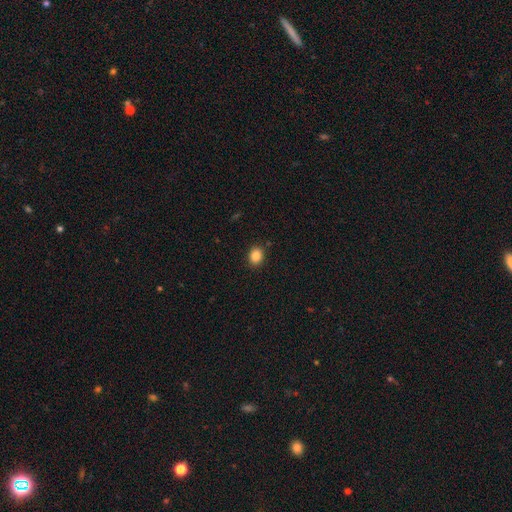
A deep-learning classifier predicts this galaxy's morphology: Smooth or featured? Predicted: smooth (p=0.86). How rounded? Predicted: in between (p=0.56). Merging? Predicted: none (p=0.88).